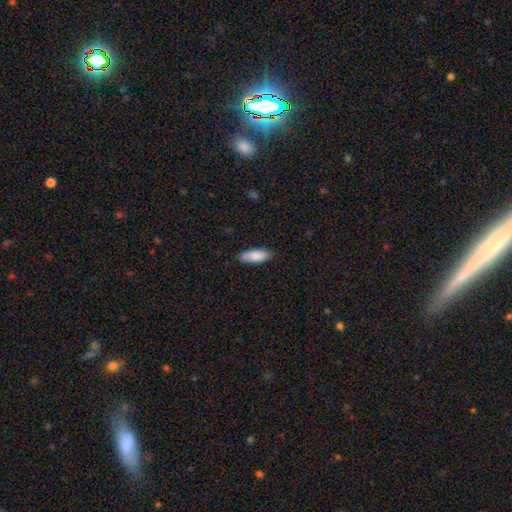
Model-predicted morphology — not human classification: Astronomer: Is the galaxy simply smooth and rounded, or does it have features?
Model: smooth — 86%.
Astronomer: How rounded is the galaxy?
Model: in between — 71%.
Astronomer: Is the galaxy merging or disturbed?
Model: none — 82%.